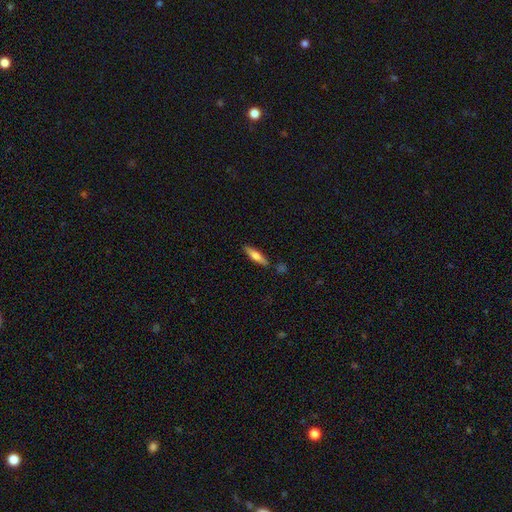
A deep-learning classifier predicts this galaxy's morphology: smooth_or_featured: smooth (p=0.56) [alt: featured or disk p=0.38]
how_rounded: cigar-shaped (p=0.75) [alt: in between p=0.23]
merging: none (p=0.83) [alt: minor disturbance p=0.11]